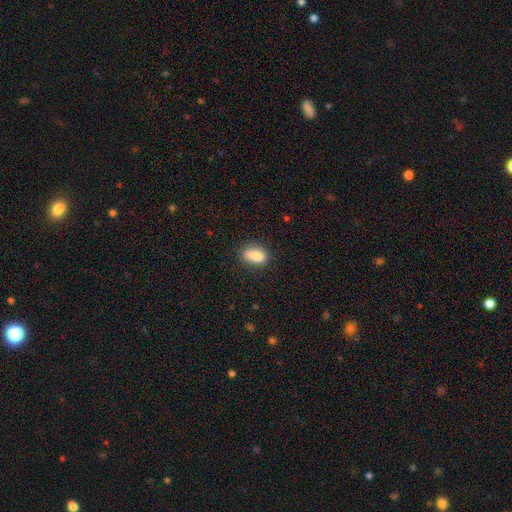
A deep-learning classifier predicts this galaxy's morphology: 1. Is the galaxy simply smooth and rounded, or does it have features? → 86% smooth, 8% star or artifact, 6% featured or disk.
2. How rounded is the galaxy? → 86% in between, 7% round, 7% cigar-shaped.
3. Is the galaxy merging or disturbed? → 81% none, 14% minor disturbance, 3% major disturbance, 1% merger.